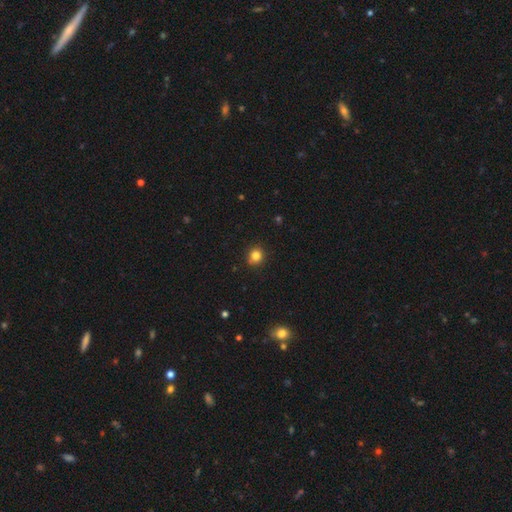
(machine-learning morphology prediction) smooth 82%, star or artifact 13%, featured or disk 5%. Down the decision tree: how rounded — round (88%); merging — none (87%).